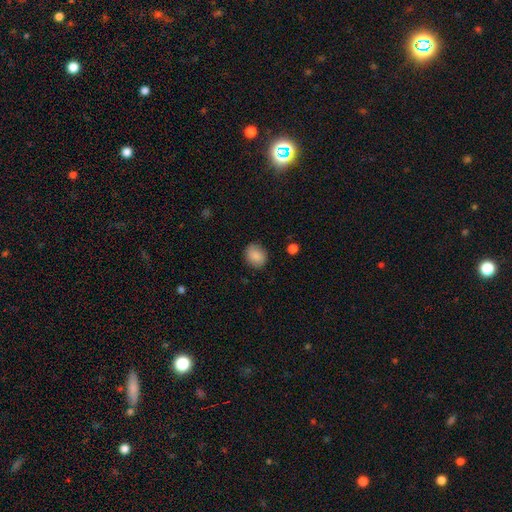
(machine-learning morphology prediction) Smooth or featured? smooth (86%)
How rounded? round (65%)
Merging? none (85%)